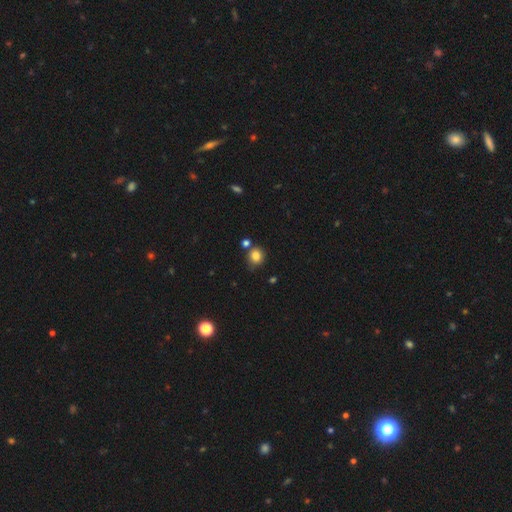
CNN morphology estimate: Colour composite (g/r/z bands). It shows a smooth galaxy with no disk features (83%) that is round (79%). Merging: none (71%).